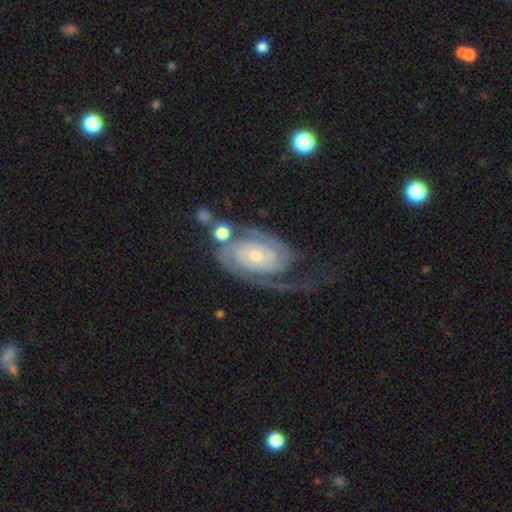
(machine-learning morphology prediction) smooth_or_featured: featured or disk (p=0.89) [alt: smooth p=0.06]
disk_edge_on: no (p=0.97) [alt: yes p=0.03]
bar: no (p=0.73) [alt: weak p=0.20]
has_spiral_arms: yes (p=0.97) [alt: no p=0.03]
spiral_winding: tight (p=0.59) [alt: medium p=0.30]
spiral_arm_count: 2 (p=0.82) [alt: can't tell p=0.07]
bulge_size: small (p=0.66) [alt: moderate p=0.28]
merging: none (p=0.54) [alt: major disturbance p=0.21]